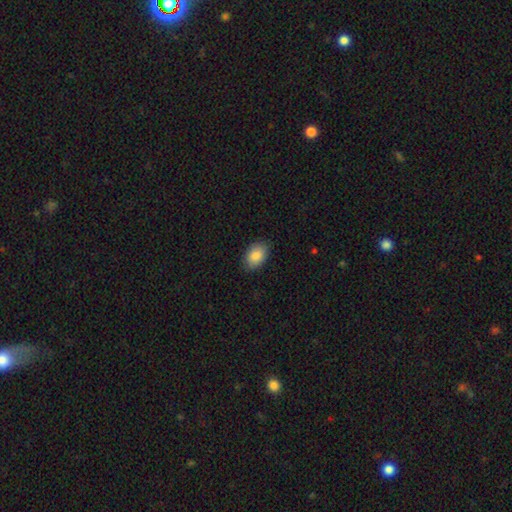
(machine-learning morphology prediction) Smooth or featured? Predicted: smooth (p=0.86). How rounded? Predicted: in between (p=0.87). Merging? Predicted: none (p=0.85).